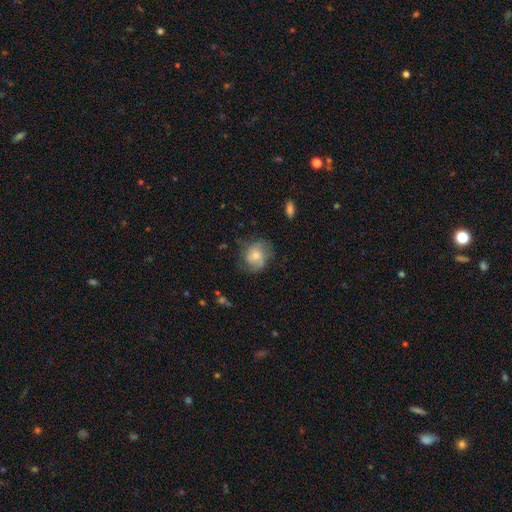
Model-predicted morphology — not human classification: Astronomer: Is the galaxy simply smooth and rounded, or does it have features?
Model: smooth — 50% (runner-up: featured or disk, 42%).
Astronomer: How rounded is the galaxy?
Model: round — 72%.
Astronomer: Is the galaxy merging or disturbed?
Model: none — 61%.